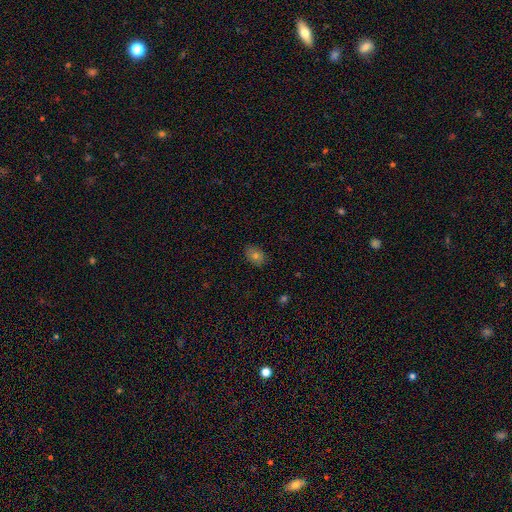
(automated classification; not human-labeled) Smooth or featured?
  - smooth: 74% *
  - star or artifact: 14%
  - featured or disk: 12%
How rounded?
  - in between: 74% *
  - round: 24%
  - cigar-shaped: 1%
Merging?
  - none: 84% *
  - minor disturbance: 13%
  - major disturbance: 2%
  - merger: 1%